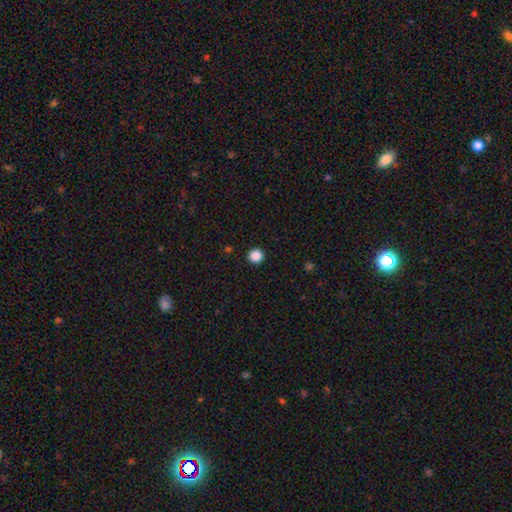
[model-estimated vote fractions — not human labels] Smooth or featured?
  - smooth: 87% *
  - star or artifact: 11%
  - featured or disk: 2%
How rounded?
  - round: 95% *
  - in between: 4%
  - cigar-shaped: 1%
Merging?
  - none: 93% *
  - minor disturbance: 4%
  - major disturbance: 2%
  - merger: 1%